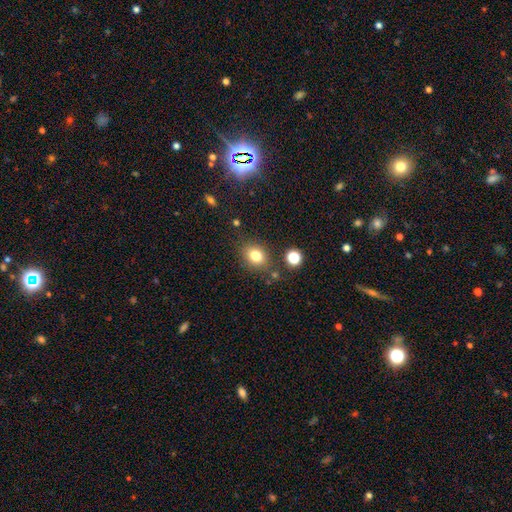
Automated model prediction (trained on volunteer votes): smooth_or_featured: smooth (p=0.79) [alt: star or artifact p=0.13]
how_rounded: round (p=0.53) [alt: in between p=0.46]
merging: none (p=0.79) [alt: minor disturbance p=0.12]